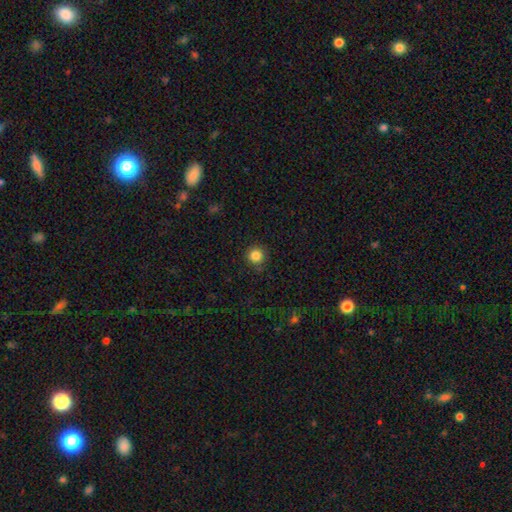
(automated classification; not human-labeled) smooth 85%, star or artifact 11%, featured or disk 4%. Down the decision tree: how rounded — round (95%); merging — none (90%).